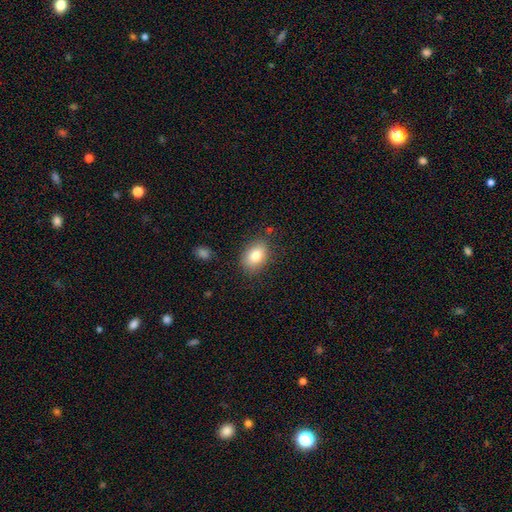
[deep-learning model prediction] The model was most divided on "how rounded": in between: 82%, round: 17%, cigar-shaped: 1%. More confident: smooth or featured — smooth (82%); merging — none (81%).